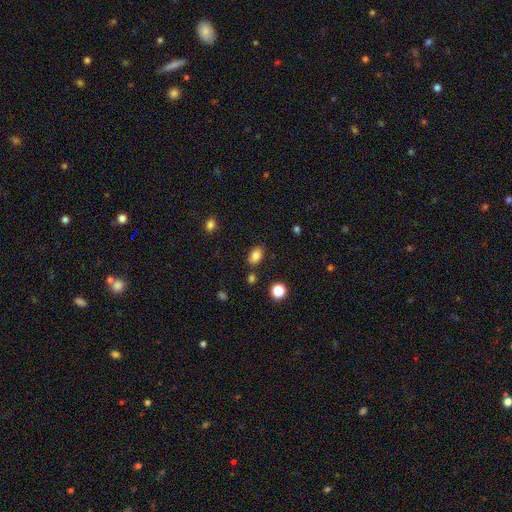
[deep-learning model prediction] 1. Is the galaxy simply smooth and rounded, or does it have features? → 84% smooth, 10% star or artifact, 6% featured or disk.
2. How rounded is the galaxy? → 85% in between, 14% round, 2% cigar-shaped.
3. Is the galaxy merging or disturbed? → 81% none, 11% minor disturbance, 5% merger, 3% major disturbance.